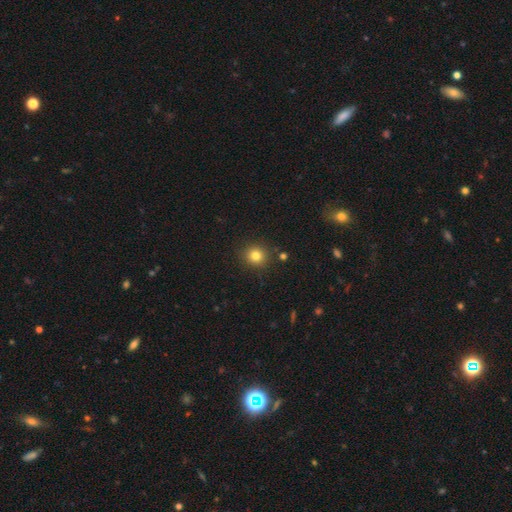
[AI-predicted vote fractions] The model was most divided on "smooth or featured": smooth: 81%, star or artifact: 13%, featured or disk: 6%. More confident: how rounded — round (90%); merging — none (89%).